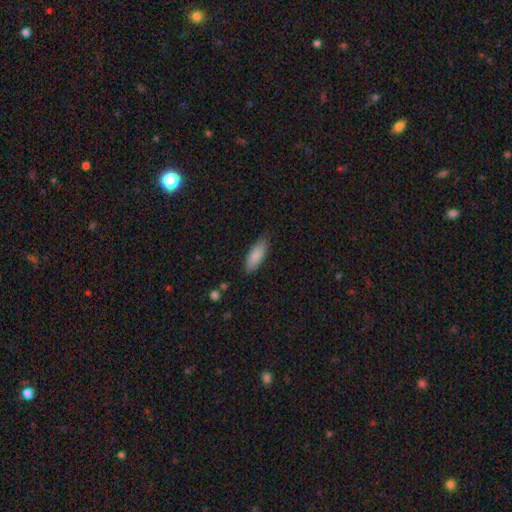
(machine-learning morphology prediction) This appears to be a smooth galaxy with no disk features (85%) that is in between round and cigar-shaped (68%). Merging: none (81%).